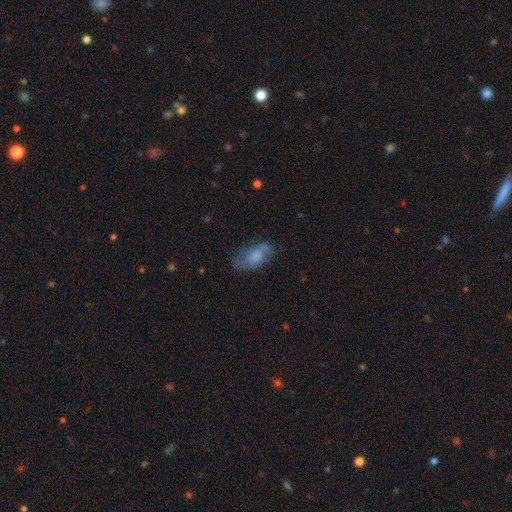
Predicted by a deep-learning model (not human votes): This is likely a smooth galaxy (64%). How rounded: clearly in between (86%). Merging: possibly none (59%).